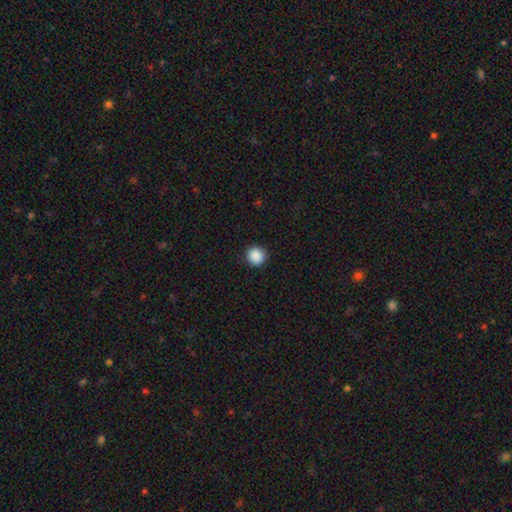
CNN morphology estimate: Q: Smooth or featured?
A: smooth (89%); runner-up: star or artifact (9%)
Q: How rounded?
A: round (94%); runner-up: in between (5%)
Q: Merging?
A: none (92%); runner-up: minor disturbance (5%)